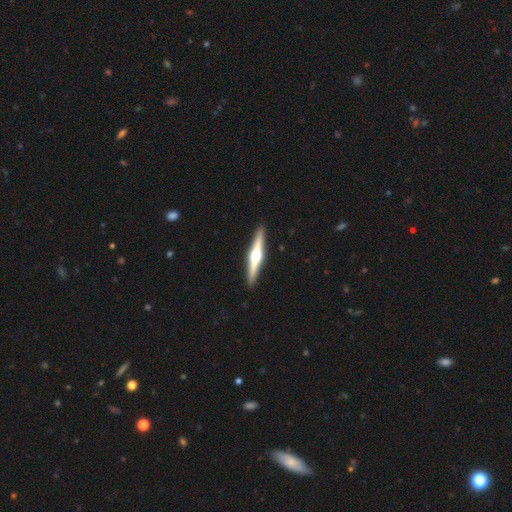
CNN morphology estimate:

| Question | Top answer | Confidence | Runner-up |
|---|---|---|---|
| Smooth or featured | featured or disk | 75% | smooth (20%) |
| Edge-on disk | yes | 98% | no (2%) |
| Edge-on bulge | rounded | 95% | boxy (3%) |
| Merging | none | 92% | minor disturbance (5%) |